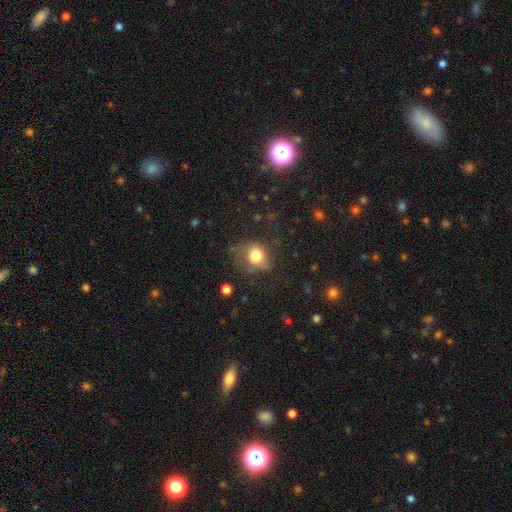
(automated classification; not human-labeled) Morphology: type=smooth (74%); roundness=round (66%); merging=none (56%).